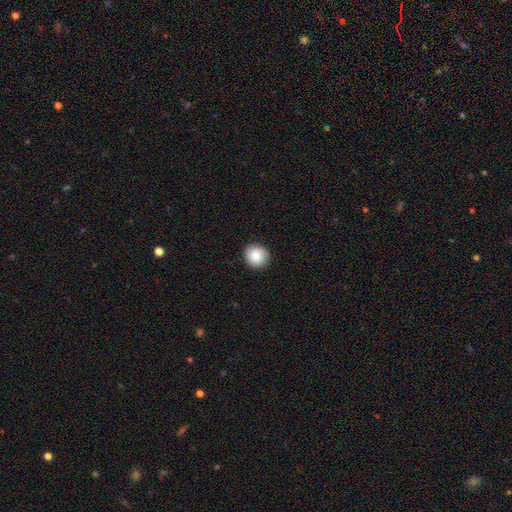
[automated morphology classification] Smooth or featured?
  - smooth: 81% *
  - featured or disk: 10%
  - star or artifact: 8%
How rounded?
  - round: 85% *
  - in between: 15%
  - cigar-shaped: 1%
Merging?
  - none: 87% *
  - minor disturbance: 10%
  - major disturbance: 2%
  - merger: 1%